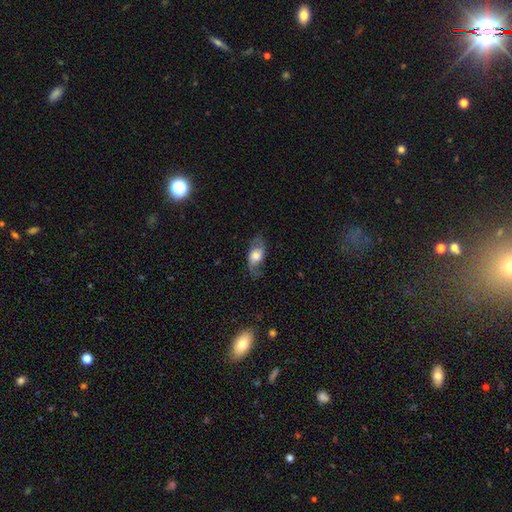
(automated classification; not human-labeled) The model was most divided on "bulge size": moderate: 52%, large: 26%, small: 16%, dominant: 3%, none: 3%. More confident: edge-on disk — no (92%); spiral arms — yes (87%); merging — none (66%); bar — no (64%); smooth or featured — featured or disk (62%).